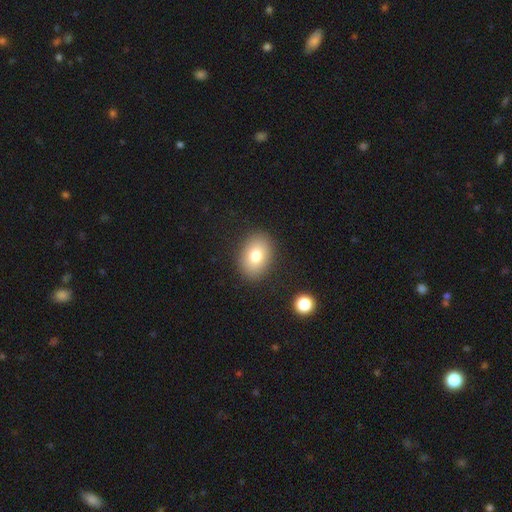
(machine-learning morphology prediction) A smooth galaxy with no disk features (77%) that is in between round and cigar-shaped (71%).

Vote fractions:
- Smooth or featured? smooth: 77% / featured or disk: 13% / star or artifact: 10%
- How rounded? in between: 71% / round: 28% / cigar-shaped: 1%
- Merging? none: 88% / minor disturbance: 8% / major disturbance: 3% / merger: 2%